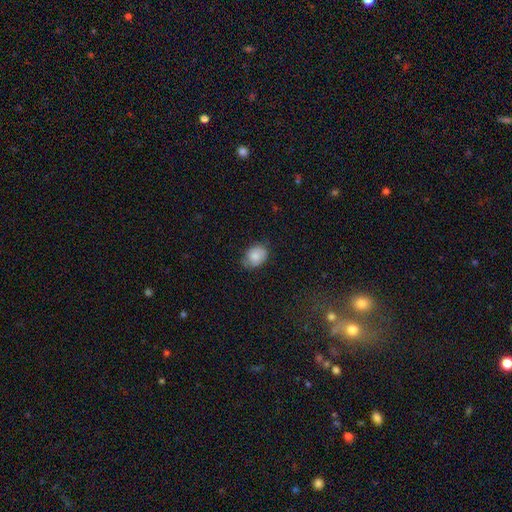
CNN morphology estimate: smooth-or-featured: smooth: 81% | featured or disk: 11% | star or artifact: 8%
  how-rounded: in between: 65% | round: 34% | cigar-shaped: 1%
  merging: none: 68% | minor disturbance: 26% | major disturbance: 5% | merger: 1%